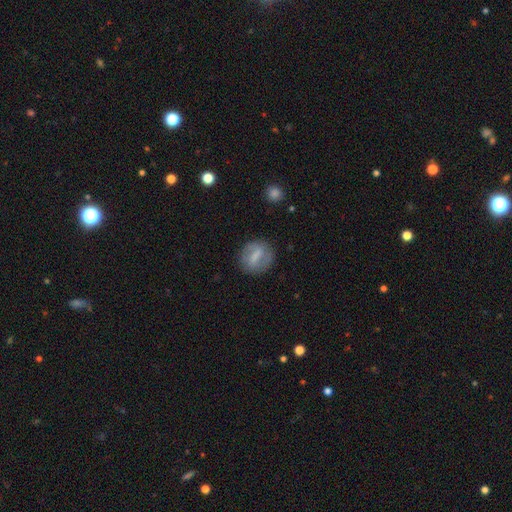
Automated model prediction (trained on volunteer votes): The model was most divided on "smooth or featured": smooth: 55%, featured or disk: 37%, star or artifact: 8%. More confident: merging — none (76%); how rounded — round (59%).